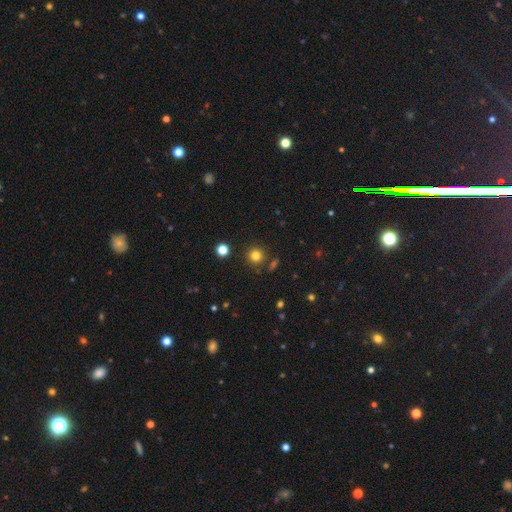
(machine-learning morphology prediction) Smooth or featured? Predicted: smooth (p=0.80). How rounded? Predicted: round (p=0.94). Merging? Predicted: none (p=0.85).